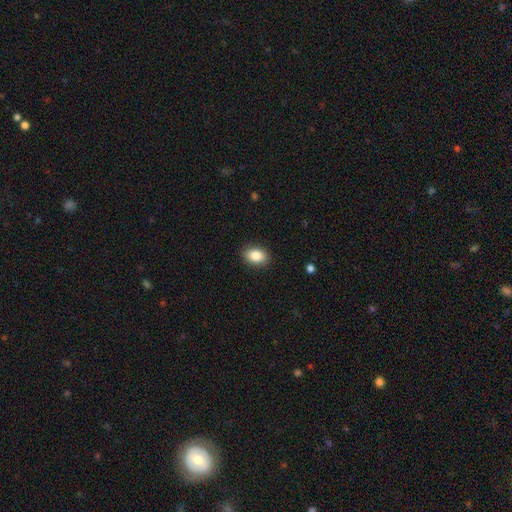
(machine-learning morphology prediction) Smooth or featured? smooth (86%)
How rounded? in between (77%)
Merging? none (89%)